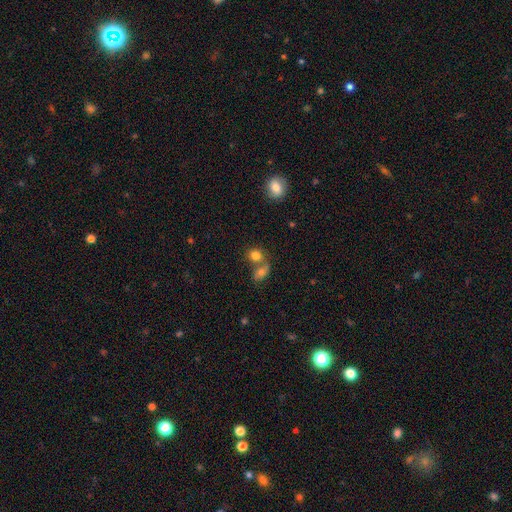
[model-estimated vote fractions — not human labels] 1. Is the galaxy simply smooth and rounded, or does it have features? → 79% smooth, 12% star or artifact, 10% featured or disk.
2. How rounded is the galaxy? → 59% round, 40% in between, 1% cigar-shaped.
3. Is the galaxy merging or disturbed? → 51% merger, 37% none, 8% minor disturbance, 4% major disturbance.